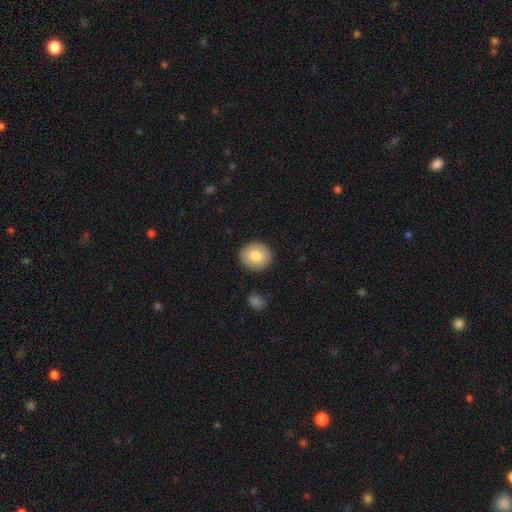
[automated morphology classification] A smooth galaxy with no disk features (81%) that is round (81%). Merging: none (89%).